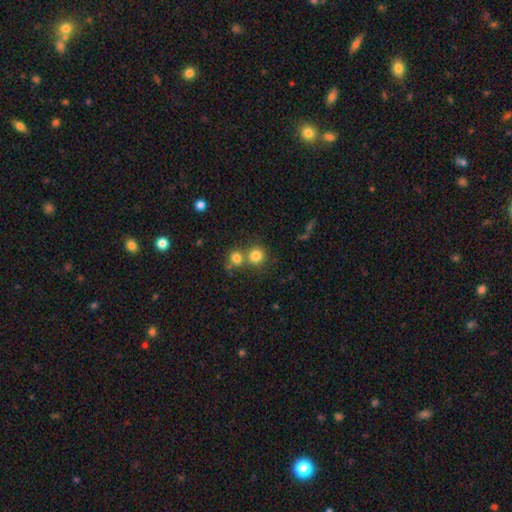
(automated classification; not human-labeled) Q: Smooth or featured?
A: smooth (79%); runner-up: star or artifact (13%)
Q: How rounded?
A: round (88%); runner-up: in between (11%)
Q: Merging?
A: none (56%); runner-up: merger (34%)